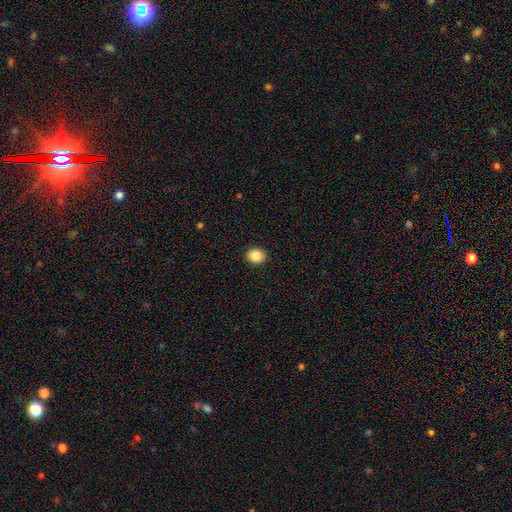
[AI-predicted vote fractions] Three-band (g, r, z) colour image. It shows a smooth galaxy with no disk features (86%) that is round (58%). Merging: none (91%).